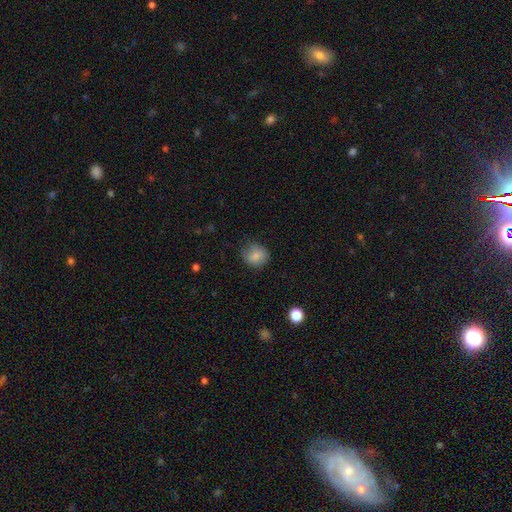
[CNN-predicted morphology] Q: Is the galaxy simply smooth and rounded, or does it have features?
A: smooth — 83%.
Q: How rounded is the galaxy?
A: round — 78%.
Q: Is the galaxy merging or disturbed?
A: none — 72%.